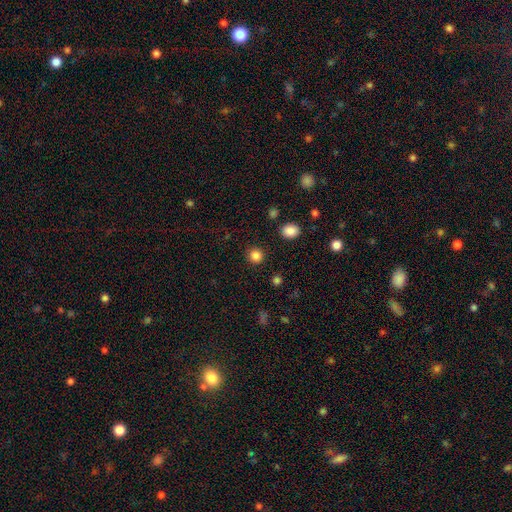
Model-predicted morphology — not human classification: type=smooth (85%); roundness=round (91%); merging=none (90%).